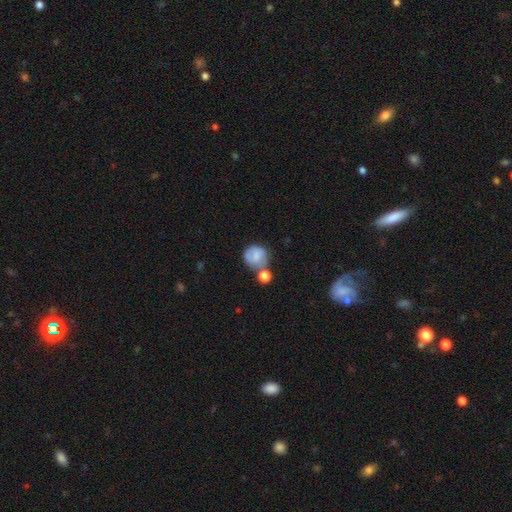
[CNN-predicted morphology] This is possibly a smooth galaxy (58%). How rounded: likely round (79%). Merging: possibly none (46%).